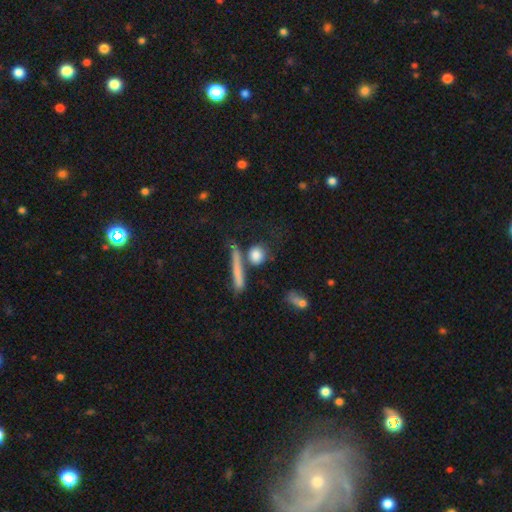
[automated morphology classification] Q: Smooth or featured?
A: smooth (77%); runner-up: featured or disk (14%)
Q: How rounded?
A: round (65%); runner-up: cigar-shaped (19%)
Q: Merging?
A: none (61%); runner-up: merger (18%)